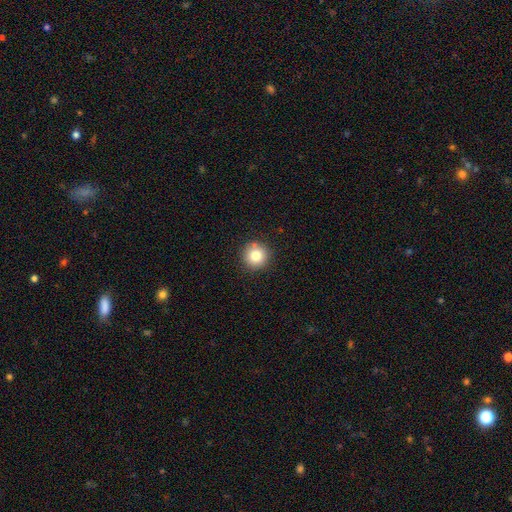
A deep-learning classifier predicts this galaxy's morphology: smooth-or-featured: smooth: 81% | star or artifact: 11% | featured or disk: 8%
  how-rounded: round: 95% | in between: 4% | cigar-shaped: 1%
  merging: none: 88% | minor disturbance: 8% | merger: 3% | major disturbance: 2%